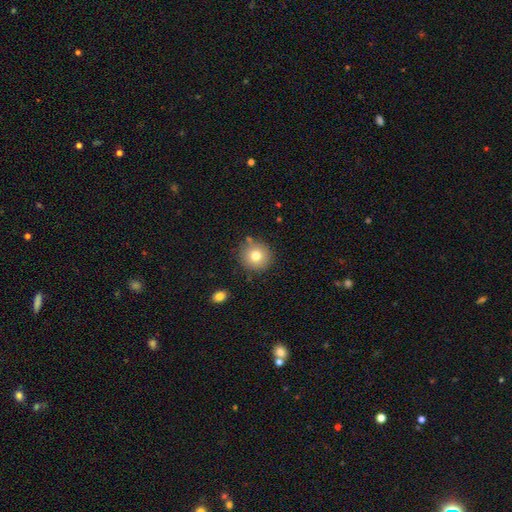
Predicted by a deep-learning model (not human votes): This is likely a smooth galaxy (76%). How rounded: clearly round (92%). Merging: clearly none (82%).